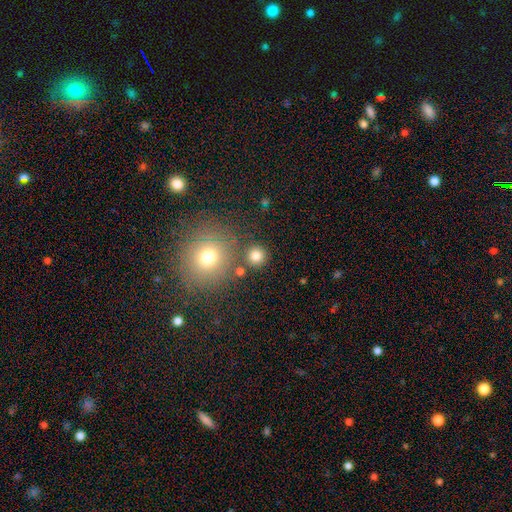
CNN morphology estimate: smooth_or_featured: smooth (p=0.79) [alt: star or artifact p=0.14]
how_rounded: round (p=0.93) [alt: in between p=0.06]
merging: none (p=0.82) [alt: merger p=0.08]